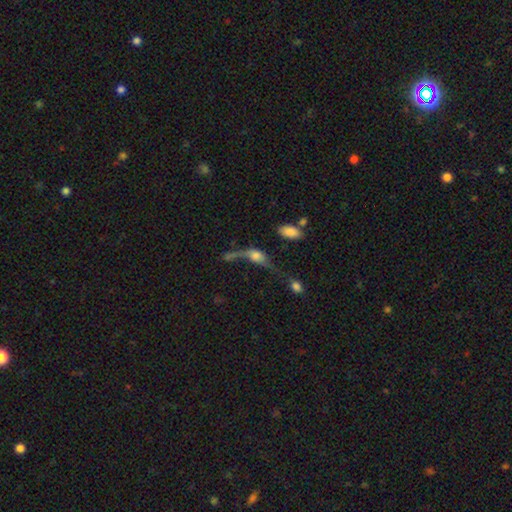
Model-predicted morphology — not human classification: This is possibly a smooth galaxy (46%). Merging: marginally major disturbance (38%).